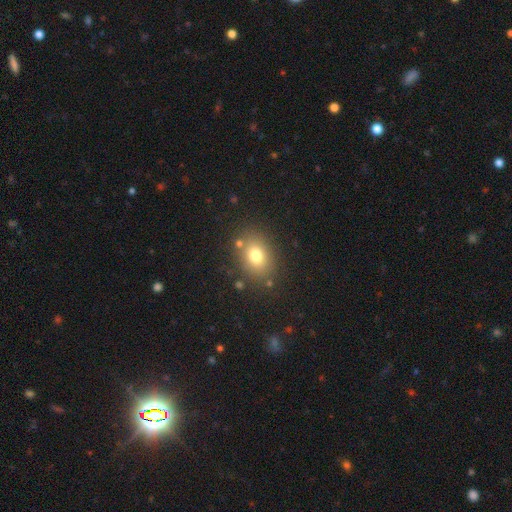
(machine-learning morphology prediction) Q: Smooth or featured?
A: smooth (77%); runner-up: star or artifact (12%)
Q: How rounded?
A: in between (66%); runner-up: round (33%)
Q: Merging?
A: none (80%); runner-up: minor disturbance (11%)